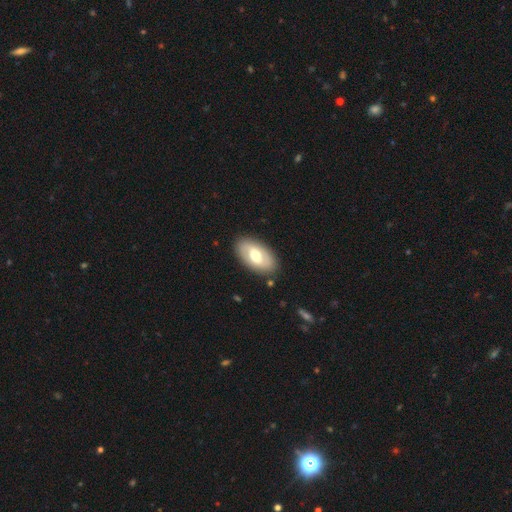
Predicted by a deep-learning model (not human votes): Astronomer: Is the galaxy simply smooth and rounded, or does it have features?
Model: featured or disk — 49% (runner-up: smooth, 46%).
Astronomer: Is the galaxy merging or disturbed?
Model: none — 86%.